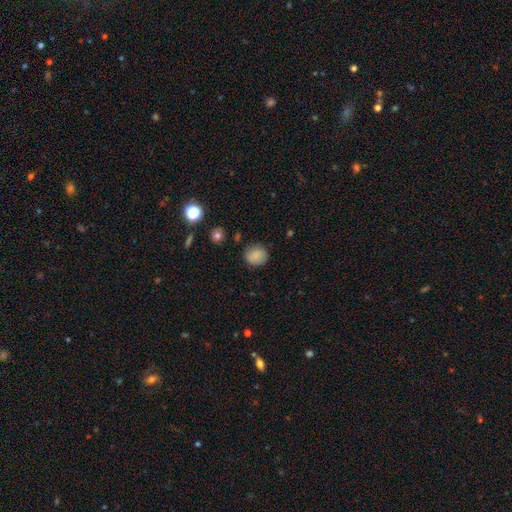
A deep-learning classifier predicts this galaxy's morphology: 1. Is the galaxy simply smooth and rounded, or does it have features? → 85% smooth, 10% star or artifact, 5% featured or disk.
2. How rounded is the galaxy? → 79% round, 20% in between, 1% cigar-shaped.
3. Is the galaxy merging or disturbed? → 81% none, 14% minor disturbance, 3% major disturbance, 2% merger.